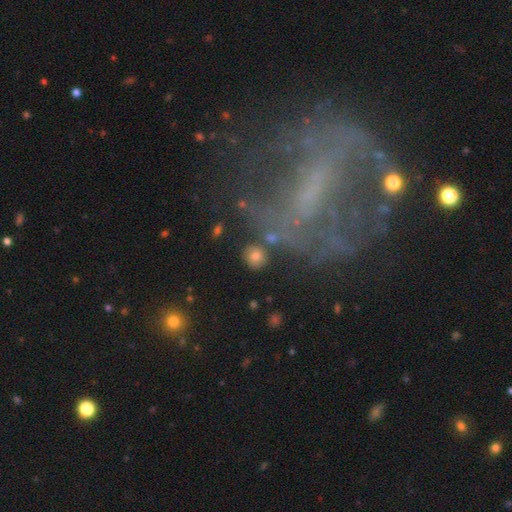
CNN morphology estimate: Q: Smooth or featured?
A: smooth (72%); runner-up: featured or disk (15%)
Q: How rounded?
A: round (83%); runner-up: in between (15%)
Q: Merging?
A: none (81%); runner-up: minor disturbance (10%)